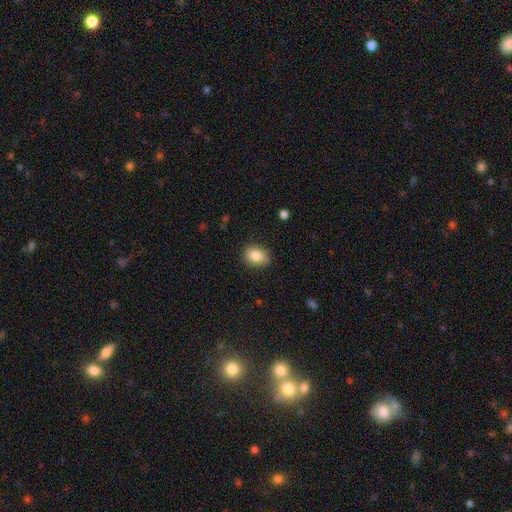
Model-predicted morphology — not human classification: A smooth galaxy with no disk features (84%) that is in between round and cigar-shaped (71%). Merging: none (84%).